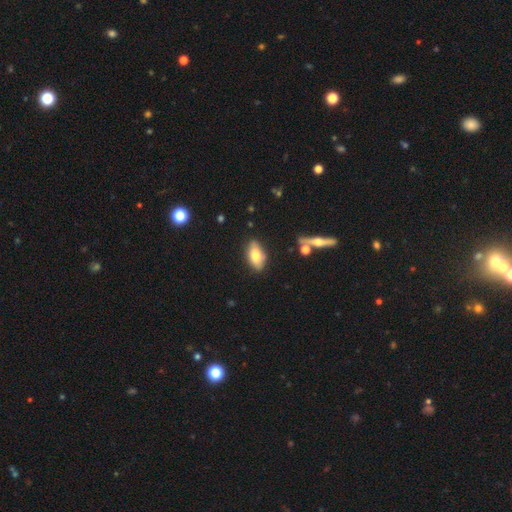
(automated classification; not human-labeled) Smooth or featured: smooth — 70% (featured or disk — 22%)
How rounded: in between — 89% (cigar-shaped — 7%)
Merging: none — 78% (minor disturbance — 15%)